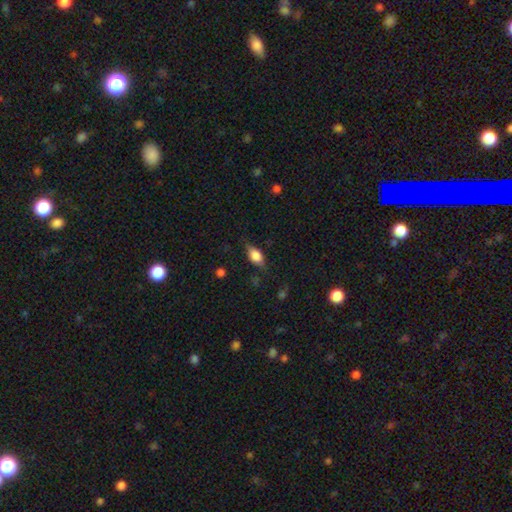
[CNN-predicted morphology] Smooth or featured?
  - smooth: 64% *
  - featured or disk: 27%
  - star or artifact: 8%
How rounded?
  - in between: 81% *
  - cigar-shaped: 11%
  - round: 8%
Merging?
  - none: 74% *
  - minor disturbance: 19%
  - major disturbance: 6%
  - merger: 1%